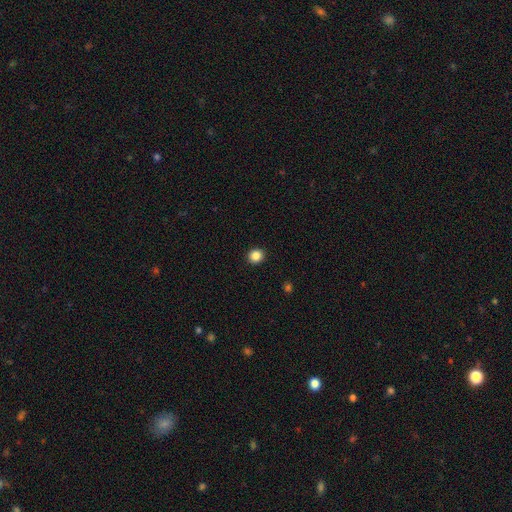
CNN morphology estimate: smooth_or_featured: smooth (p=0.86) [alt: star or artifact p=0.10]
how_rounded: round (p=0.90) [alt: in between p=0.09]
merging: none (p=0.92) [alt: minor disturbance p=0.05]